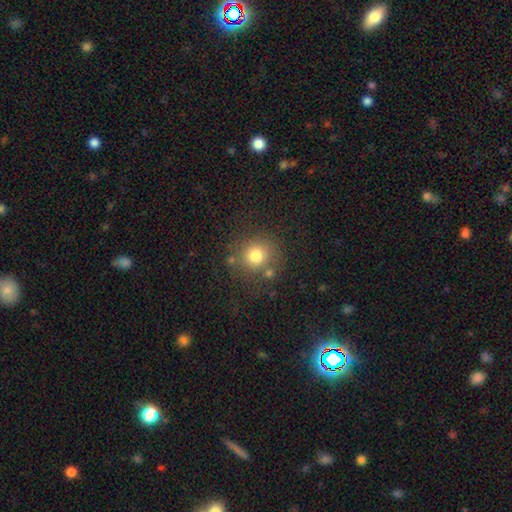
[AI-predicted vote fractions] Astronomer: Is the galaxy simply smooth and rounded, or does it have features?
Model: smooth — 77%.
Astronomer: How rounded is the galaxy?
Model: round — 91%.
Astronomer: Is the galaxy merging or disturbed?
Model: none — 76%.